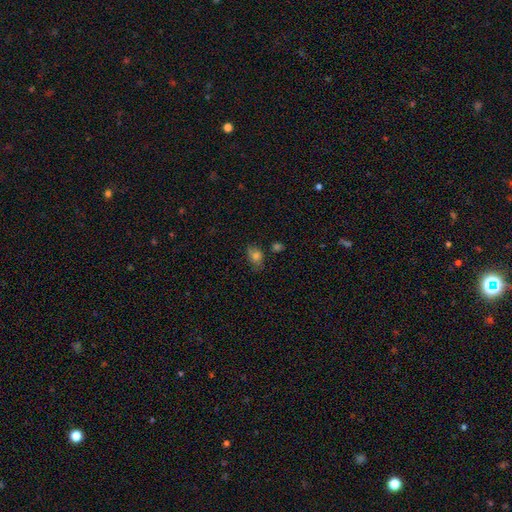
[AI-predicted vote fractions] smooth_or_featured: smooth (p=0.75) [alt: star or artifact p=0.13]
how_rounded: in between (p=0.67) [alt: round p=0.32]
merging: none (p=0.59) [alt: minor disturbance p=0.27]